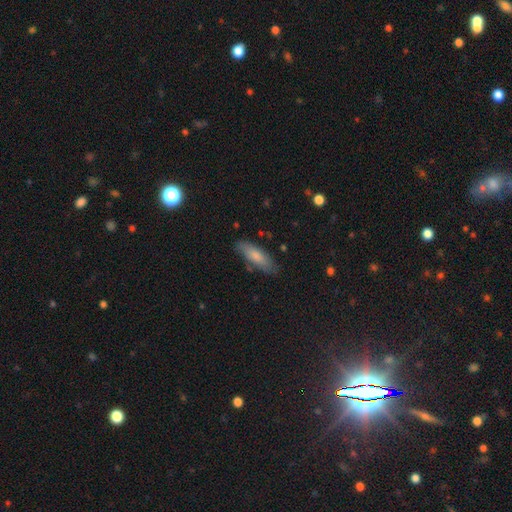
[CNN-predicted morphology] A smooth galaxy with no disk features (75%) that is in between round and cigar-shaped (50%). Merging: none (79%).